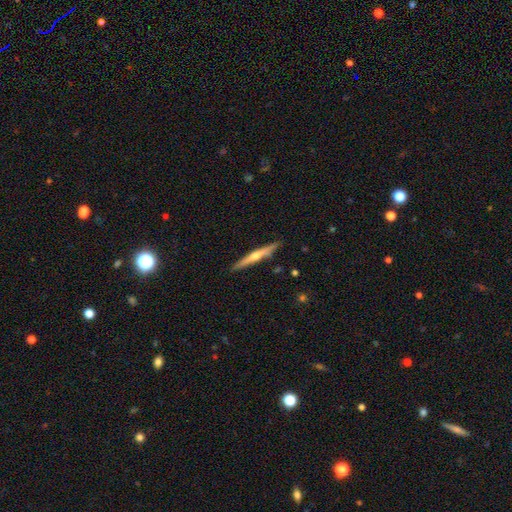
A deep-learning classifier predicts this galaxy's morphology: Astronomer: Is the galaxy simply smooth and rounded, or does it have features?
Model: featured or disk — 63%.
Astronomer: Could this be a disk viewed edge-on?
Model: yes — 97%.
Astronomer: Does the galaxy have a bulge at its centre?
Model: rounded — 79%.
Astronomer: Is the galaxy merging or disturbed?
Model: none — 90%.